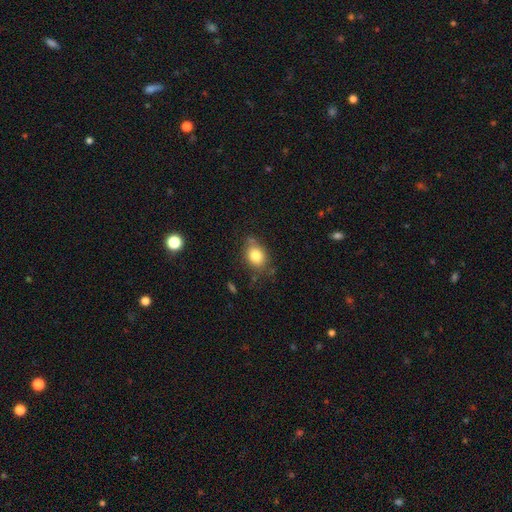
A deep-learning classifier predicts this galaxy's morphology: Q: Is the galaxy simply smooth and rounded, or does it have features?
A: smooth — 80%.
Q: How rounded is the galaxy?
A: in between — 58%.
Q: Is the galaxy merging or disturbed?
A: none — 68%.